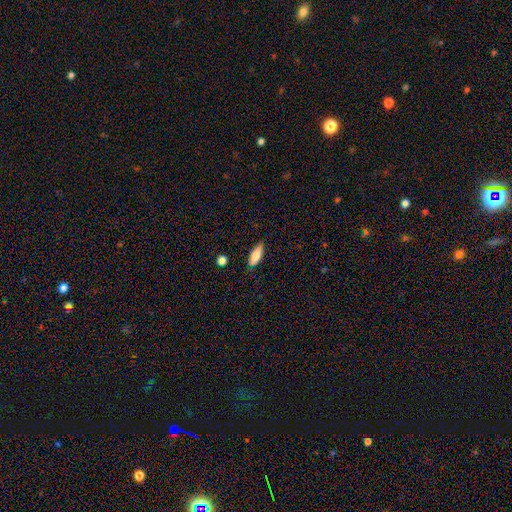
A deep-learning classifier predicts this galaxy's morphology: smooth-or-featured: smooth: 81% | featured or disk: 13% | star or artifact: 7%
  how-rounded: in between: 70% | cigar-shaped: 28% | round: 2%
  merging: none: 81% | minor disturbance: 15% | major disturbance: 2% | merger: 2%